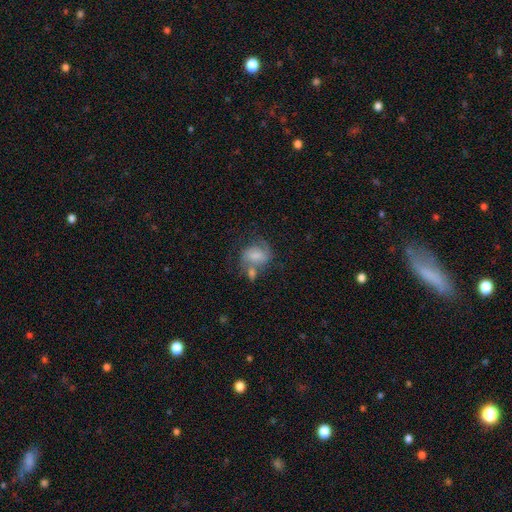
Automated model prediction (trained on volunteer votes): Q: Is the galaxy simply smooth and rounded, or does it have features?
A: smooth — 51%.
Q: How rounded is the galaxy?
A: in between — 56%.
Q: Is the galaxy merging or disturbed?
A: none — 36%.